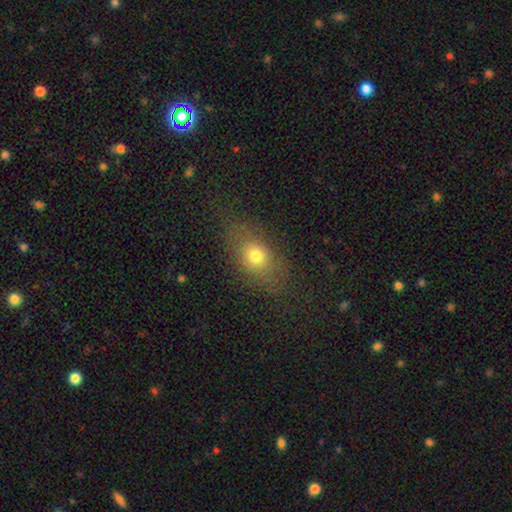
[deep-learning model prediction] Smooth or featured: smooth — 70% (featured or disk — 15%)
How rounded: in between — 61% (round — 34%)
Merging: none — 71% (minor disturbance — 17%)